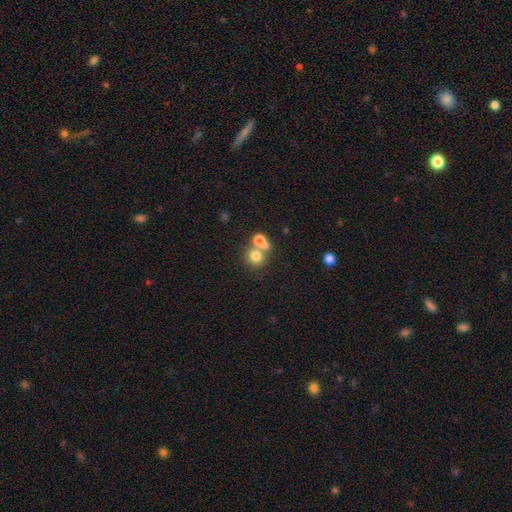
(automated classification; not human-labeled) Morphology: type=smooth (76%); roundness=round (69%); merging=merger (54%).